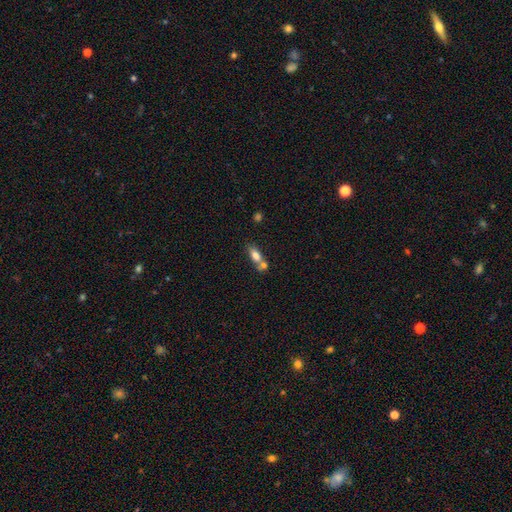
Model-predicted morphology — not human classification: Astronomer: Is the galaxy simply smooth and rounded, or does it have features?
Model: smooth — 74%.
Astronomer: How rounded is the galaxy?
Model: in between — 78%.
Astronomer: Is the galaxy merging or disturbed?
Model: merger — 47% (runner-up: none, 37%).